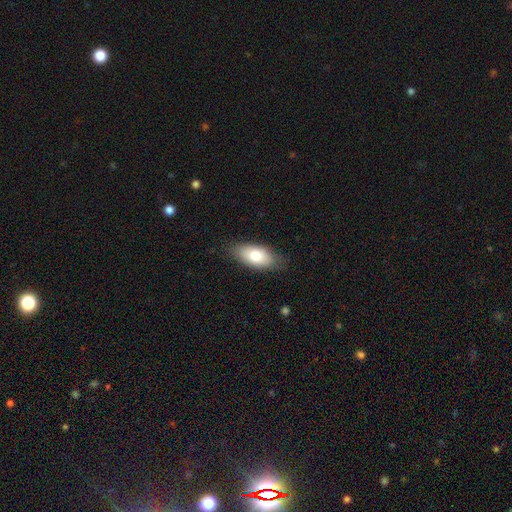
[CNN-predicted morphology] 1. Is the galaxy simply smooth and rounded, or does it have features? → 76% smooth, 17% featured or disk, 7% star or artifact.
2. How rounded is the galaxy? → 88% in between, 9% cigar-shaped, 3% round.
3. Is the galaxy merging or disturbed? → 82% none, 14% minor disturbance, 3% major disturbance, 1% merger.